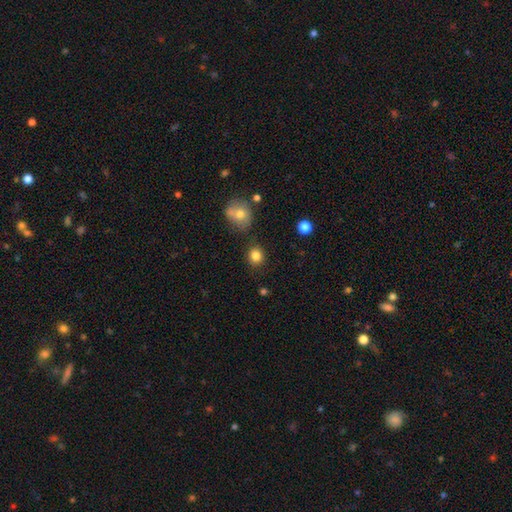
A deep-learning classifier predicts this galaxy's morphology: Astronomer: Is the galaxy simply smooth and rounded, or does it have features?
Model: smooth — 84%.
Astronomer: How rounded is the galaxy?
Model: round — 81%.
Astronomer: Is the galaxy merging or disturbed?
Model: none — 83%.